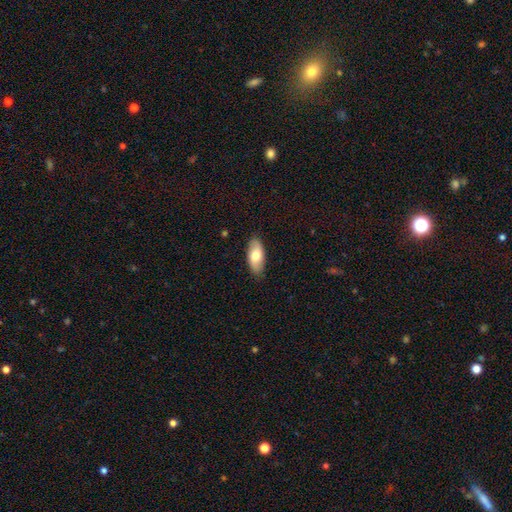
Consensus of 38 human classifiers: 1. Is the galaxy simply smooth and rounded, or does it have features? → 74% smooth, 21% featured or disk, 5% star or artifact.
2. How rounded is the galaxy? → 96% in between, 4% cigar-shaped, 0% round.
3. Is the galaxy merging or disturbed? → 75% none, 22% minor disturbance, 3% merger, 0% major disturbance.